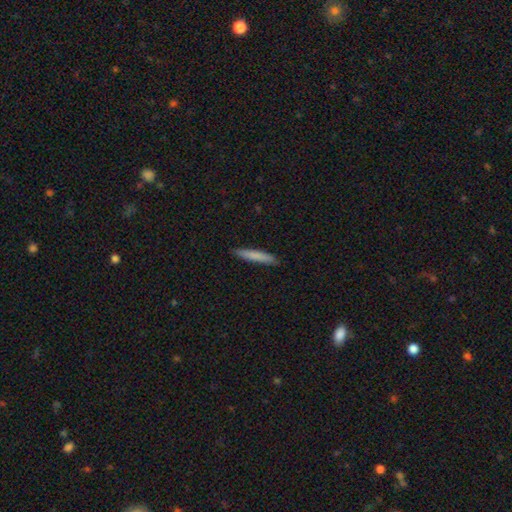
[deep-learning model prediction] Morphology: type=smooth (80%); roundness=cigar-shaped (94%); merging=none (90%).